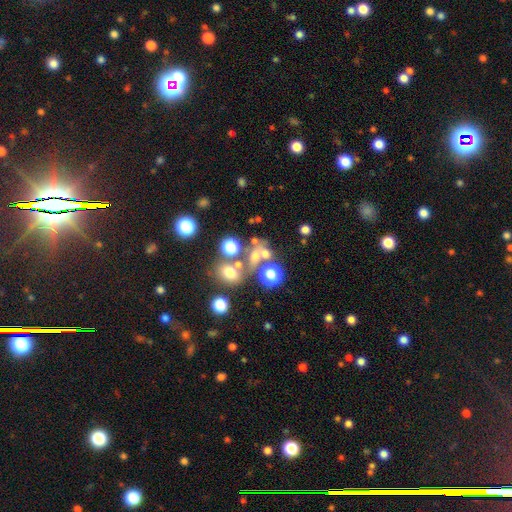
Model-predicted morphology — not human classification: smooth_or_featured: smooth (p=0.51) [alt: star or artifact p=0.27]
how_rounded: round (p=0.56) [alt: in between p=0.41]
merging: none (p=0.44) [alt: merger p=0.36]